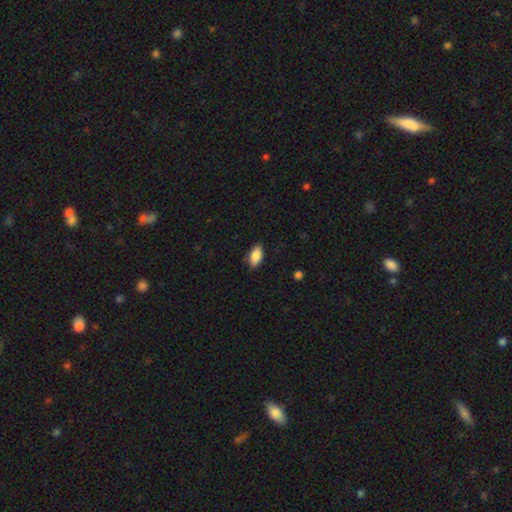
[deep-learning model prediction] smooth_or_featured: smooth (p=0.85) [alt: featured or disk p=0.08]
how_rounded: in between (p=0.90) [alt: cigar-shaped p=0.07]
merging: none (p=0.83) [alt: minor disturbance p=0.14]